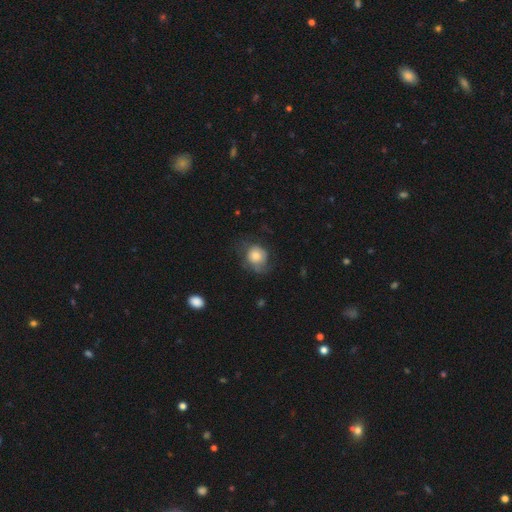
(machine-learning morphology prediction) Q: Smooth or featured?
A: smooth (70%); runner-up: featured or disk (22%)
Q: How rounded?
A: round (75%); runner-up: in between (24%)
Q: Merging?
A: none (49%); runner-up: minor disturbance (28%)